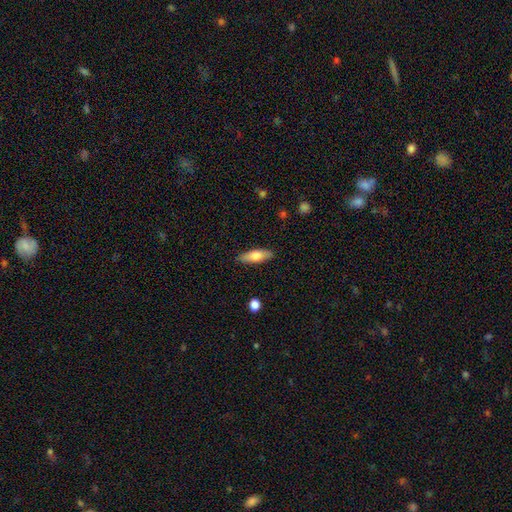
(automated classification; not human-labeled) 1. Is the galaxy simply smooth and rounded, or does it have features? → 72% smooth, 22% featured or disk, 6% star or artifact.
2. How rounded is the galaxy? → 59% in between, 39% cigar-shaped, 2% round.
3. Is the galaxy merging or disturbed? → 87% none, 9% minor disturbance, 2% major disturbance, 1% merger.